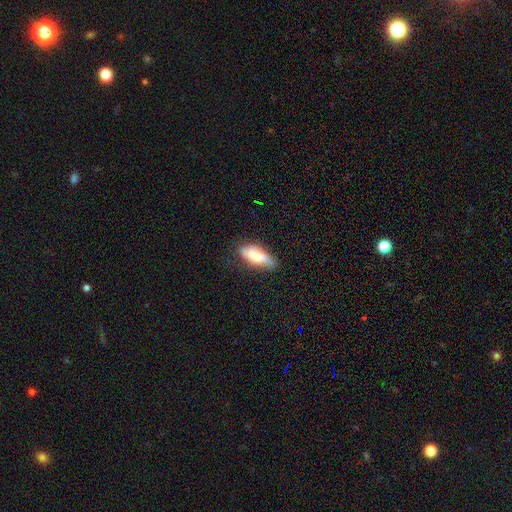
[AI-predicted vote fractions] Overall: smooth (79%). How rounded: in between (67%; cigar-shaped 31%). Merging: none (58%; minor disturbance 31%).